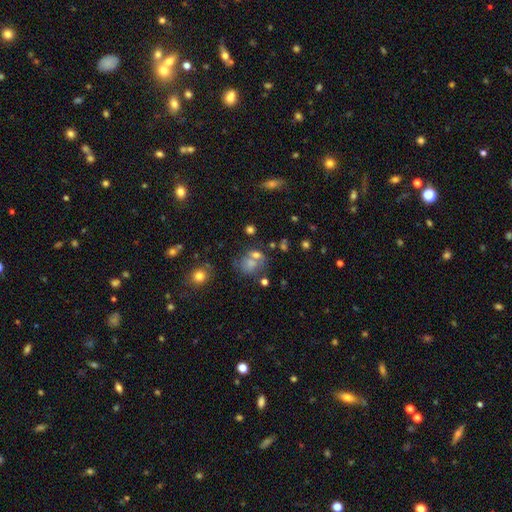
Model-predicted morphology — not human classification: This appears to be a smooth galaxy with no disk features (52%) that is round (63%). Merging: none (44%).